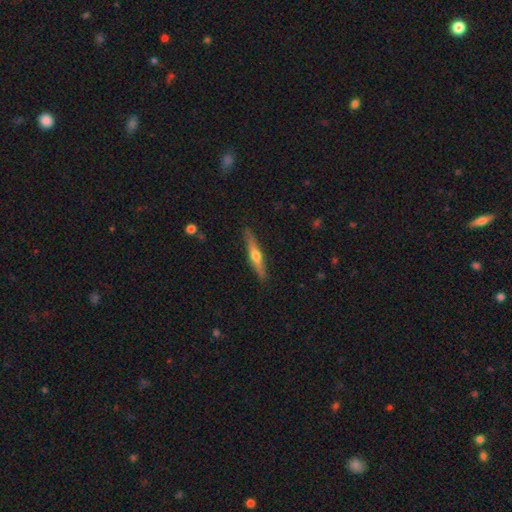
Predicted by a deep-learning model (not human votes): featured or disk 60%, smooth 34%, star or artifact 6%. Down the decision tree: edge-on disk — yes (96%); edge-on bulge — rounded (91%); merging — none (89%).